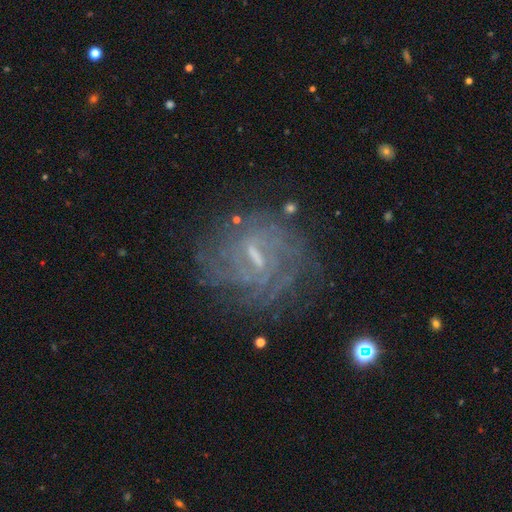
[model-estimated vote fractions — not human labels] smooth-or-featured: featured or disk: 81% | star or artifact: 10% | smooth: 9%
  disk-edge-on: no: 96% | yes: 4%
    bar: weak: 54% | strong: 32% | no: 14%
    has-spiral-arms: yes: 87% | no: 13%
      spiral-winding: tight: 65% | medium: 26% | loose: 9%
      spiral-arm-count: can't tell: 52% | 4: 12% | 2: 11% | 3: 11% | more than 4: 8% | 1: 5%
    bulge-size: small: 46% | moderate: 29% | none: 22% | large: 2% | dominant: 1%
  merging: none: 71% | minor disturbance: 16% | major disturbance: 10% | merger: 2%